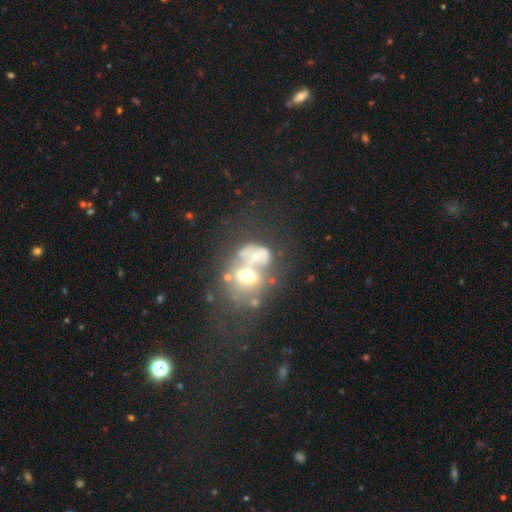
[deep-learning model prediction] A smooth galaxy with no disk features (42%, tied with featured or disk). Merging: merger (59%).